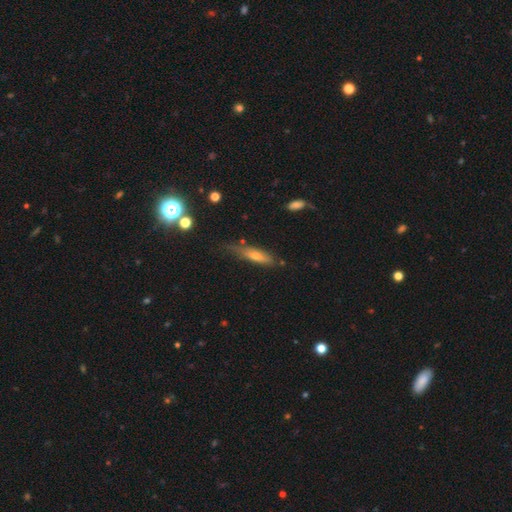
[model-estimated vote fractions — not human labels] Q: Smooth or featured?
A: smooth (51%); runner-up: featured or disk (39%)
Q: How rounded?
A: cigar-shaped (71%); runner-up: in between (26%)
Q: Merging?
A: none (61%); runner-up: minor disturbance (28%)